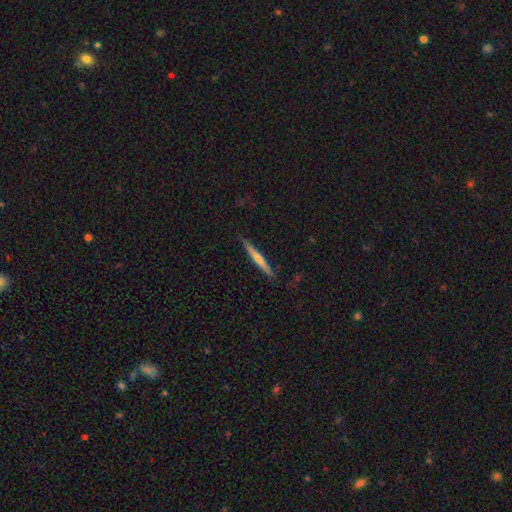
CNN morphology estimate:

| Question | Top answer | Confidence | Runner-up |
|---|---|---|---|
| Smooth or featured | featured or disk | 62% | smooth (32%) |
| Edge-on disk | yes | 98% | no (2%) |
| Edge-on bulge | rounded | 65% | none (29%) |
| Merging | none | 89% | minor disturbance (8%) |